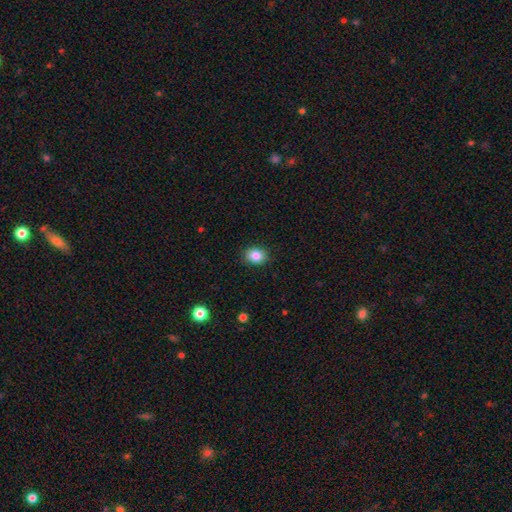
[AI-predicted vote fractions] Smooth or featured? smooth (86%)
How rounded? in between (53%)
Merging? none (89%)